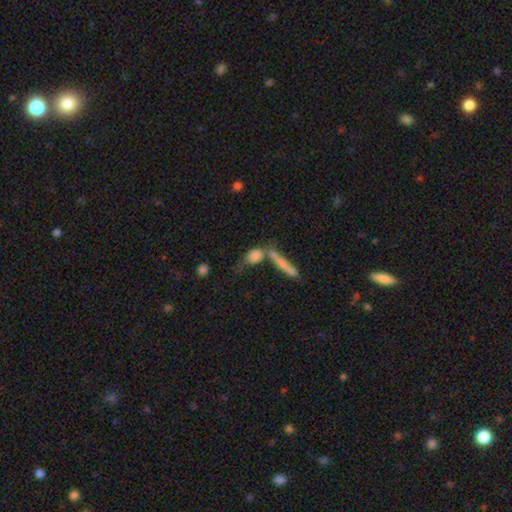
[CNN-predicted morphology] smooth_or_featured: smooth (p=0.70) [alt: featured or disk p=0.19]
how_rounded: in between (p=0.49) [alt: cigar-shaped p=0.34]
merging: merger (p=0.39) [alt: none p=0.38]